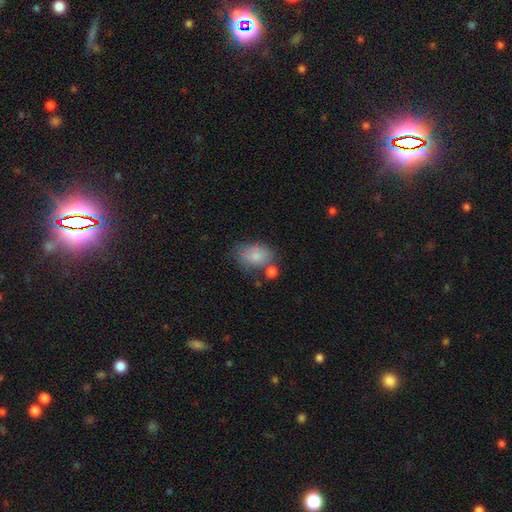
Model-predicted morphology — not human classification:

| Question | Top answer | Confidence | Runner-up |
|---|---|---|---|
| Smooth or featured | smooth | 76% | featured or disk (15%) |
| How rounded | in between | 77% | round (22%) |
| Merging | none | 45% | minor disturbance (25%) |